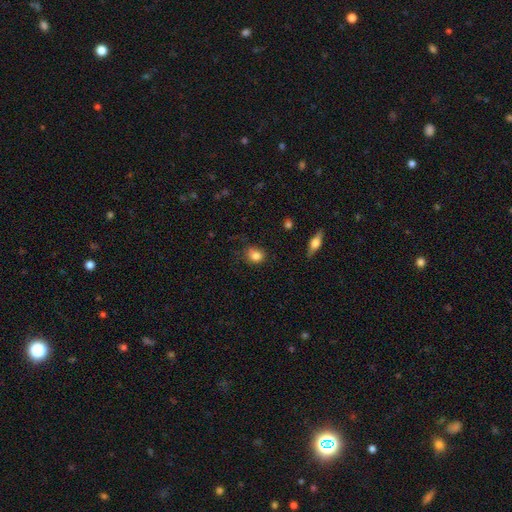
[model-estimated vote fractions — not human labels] This is clearly a smooth galaxy (83%). How rounded: likely round (67%). Merging: likely none (62%).